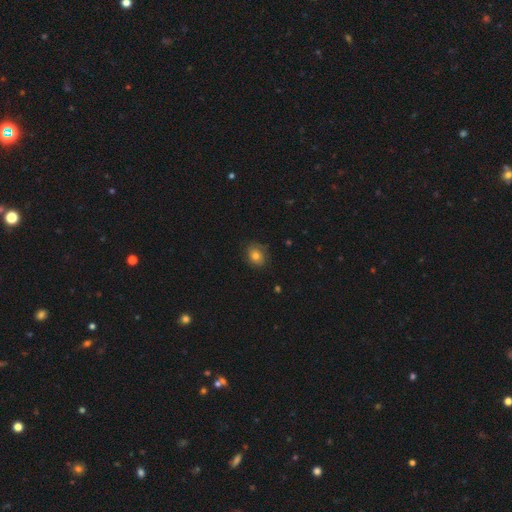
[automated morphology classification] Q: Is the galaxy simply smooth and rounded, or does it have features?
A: smooth — 77%.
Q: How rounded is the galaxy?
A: round — 52%.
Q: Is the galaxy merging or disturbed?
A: none — 78%.